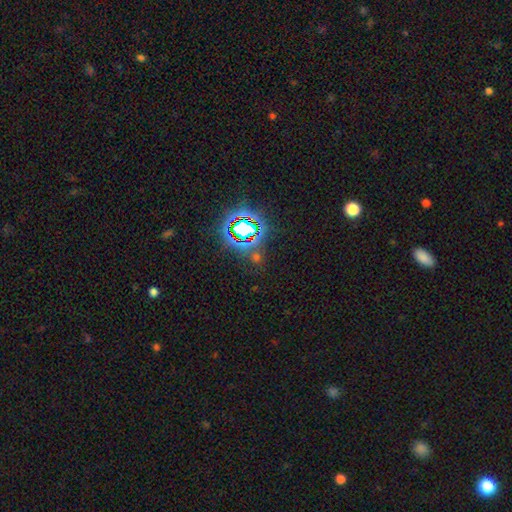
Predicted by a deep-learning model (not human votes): Morphology: type=star or artifact (74%).